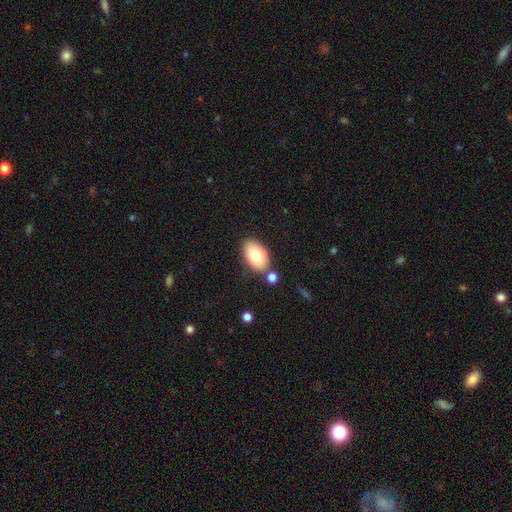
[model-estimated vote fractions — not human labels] Smooth or featured? Predicted: smooth (p=0.78). How rounded? Predicted: in between (p=0.91). Merging? Predicted: none (p=0.78).